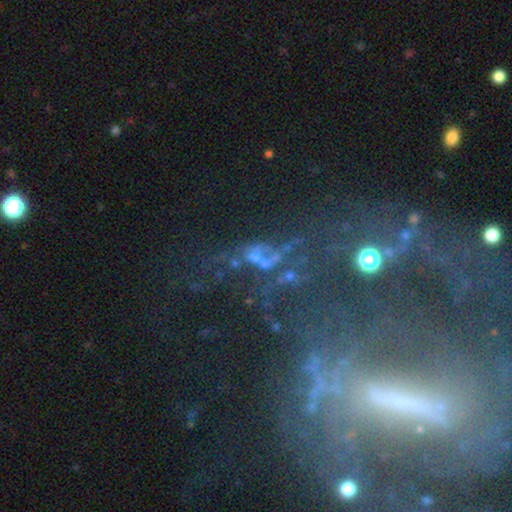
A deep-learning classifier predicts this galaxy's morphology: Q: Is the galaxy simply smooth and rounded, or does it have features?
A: star or artifact — 50%.